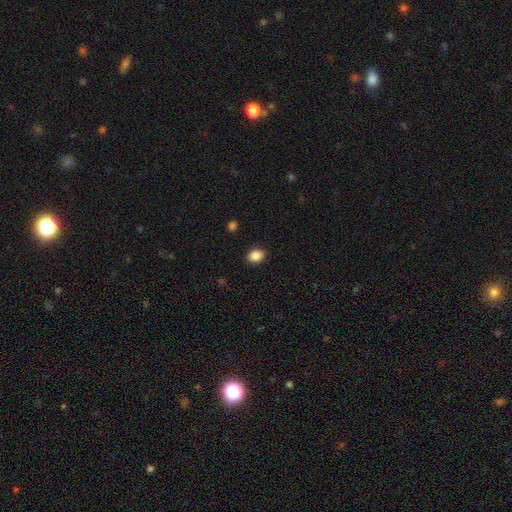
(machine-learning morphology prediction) This is clearly a smooth galaxy (87%). How rounded: likely in between (70%). Merging: clearly none (87%).